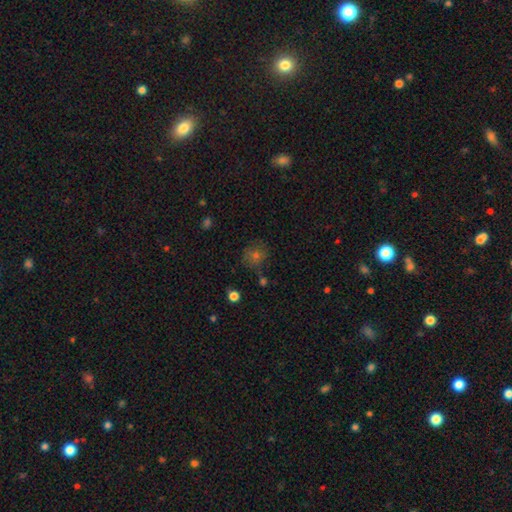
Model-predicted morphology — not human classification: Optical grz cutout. It shows a smooth galaxy with no disk features (56%) that is round (85%). Merging: none (74%).